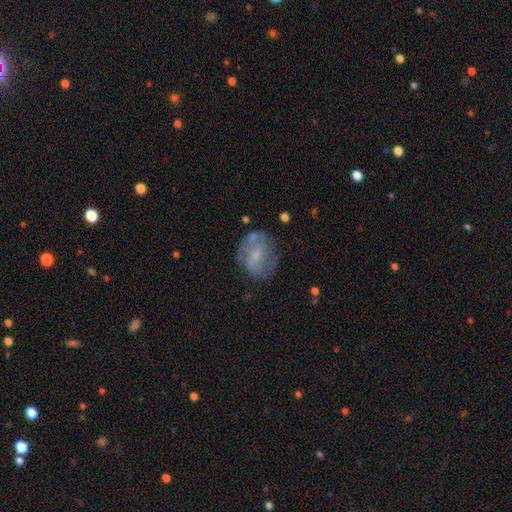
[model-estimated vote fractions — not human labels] Smooth or featured? Predicted: featured or disk (p=0.50). Edge-on disk? Predicted: no (p=0.96). Merging? Predicted: none (p=0.60).